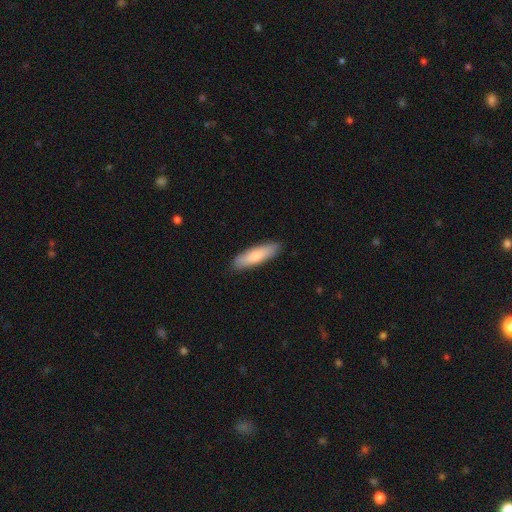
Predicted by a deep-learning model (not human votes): smooth-or-featured: smooth: 78% | featured or disk: 17% | star or artifact: 5%
  how-rounded: cigar-shaped: 62% | in between: 36% | round: 2%
  merging: none: 88% | minor disturbance: 9% | major disturbance: 2% | merger: 1%